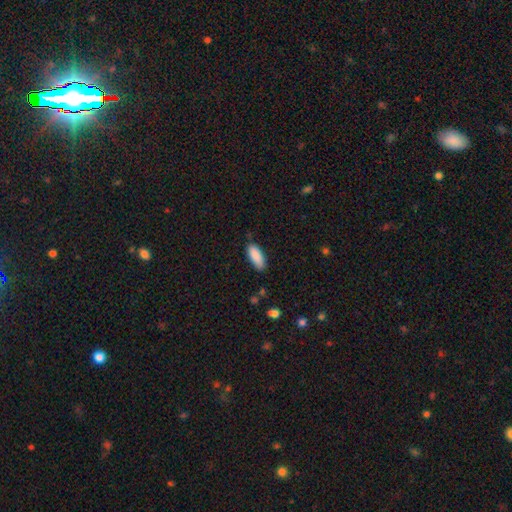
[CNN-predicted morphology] The model was most divided on "how rounded": in between: 78%, cigar-shaped: 21%, round: 2%. More confident: smooth or featured — smooth (90%); merging — none (81%).